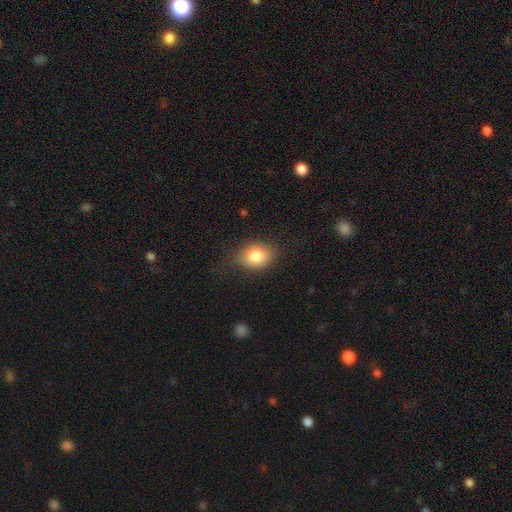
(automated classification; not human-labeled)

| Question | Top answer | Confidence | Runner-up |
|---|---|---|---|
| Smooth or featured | smooth | 81% | featured or disk (11%) |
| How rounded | in between | 64% | round (35%) |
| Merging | none | 76% | minor disturbance (18%) |